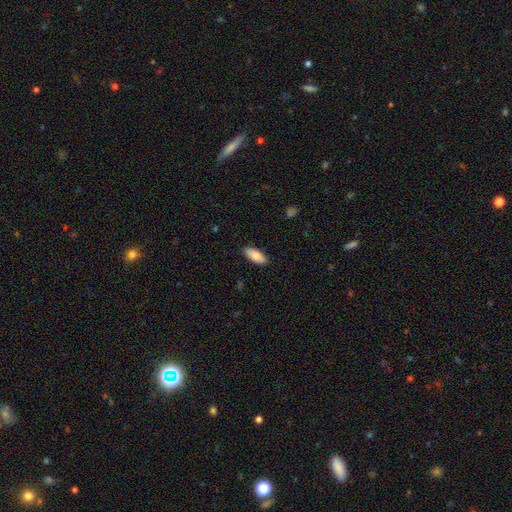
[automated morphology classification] Smooth or featured? smooth (84%)
How rounded? in between (86%)
Merging? none (89%)